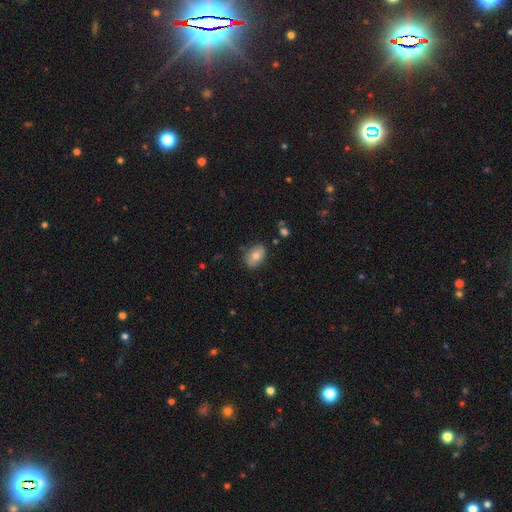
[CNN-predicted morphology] type=smooth (73%); roundness=in between (81%); merging=none (83%).